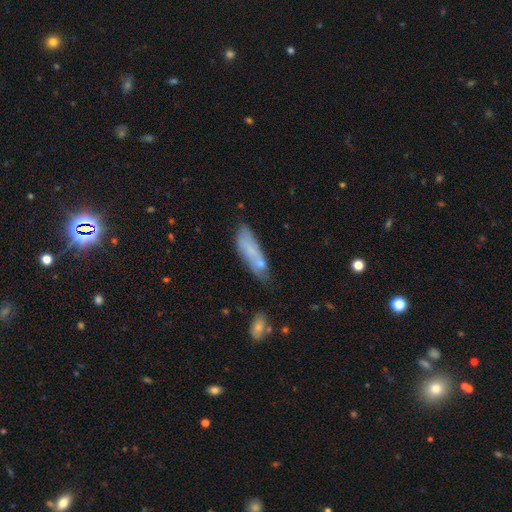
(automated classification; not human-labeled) Morphology: type=smooth (51%); roundness=cigar-shaped (62%); merging=none (63%).